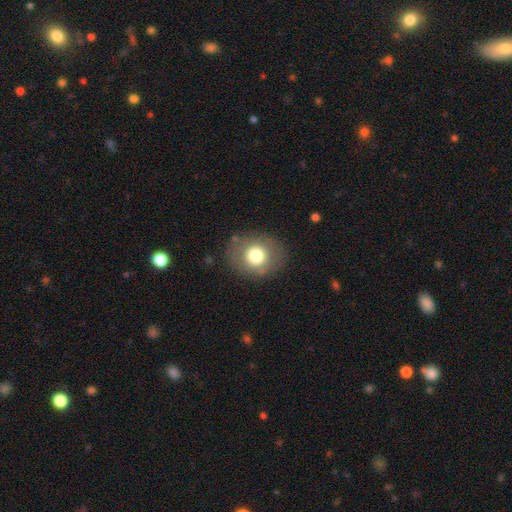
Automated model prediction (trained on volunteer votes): Smooth or featured? smooth (73%)
How rounded? round (72%)
Merging? none (83%)